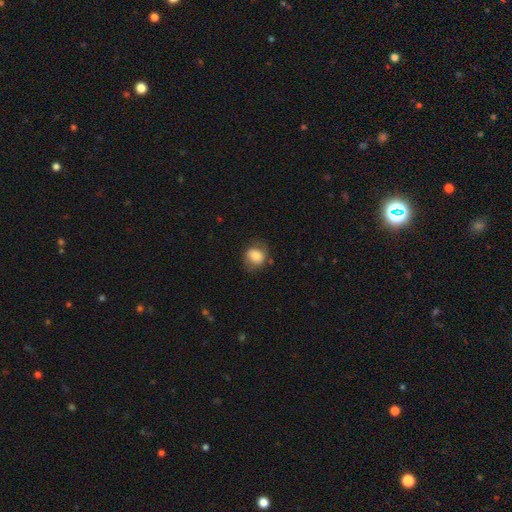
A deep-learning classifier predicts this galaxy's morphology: Smooth or featured? Predicted: smooth (p=0.79). How rounded? Predicted: round (p=0.66). Merging? Predicted: none (p=0.68).